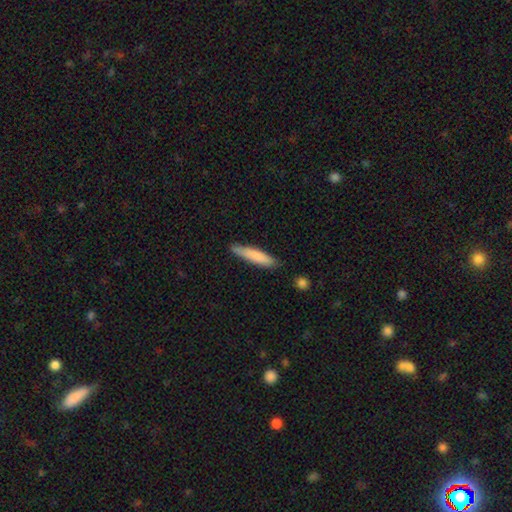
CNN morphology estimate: Overall: smooth (79%). How rounded: cigar-shaped (86%). Merging: none (78%).